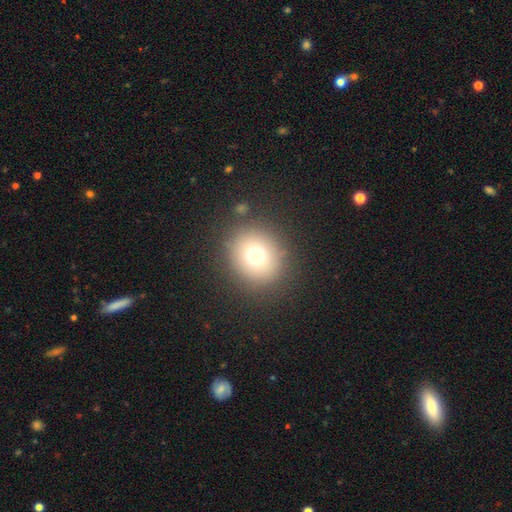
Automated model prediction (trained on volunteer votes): smooth-or-featured: smooth: 73% | star or artifact: 15% | featured or disk: 12%
  how-rounded: round: 83% | in between: 16% | cigar-shaped: 1%
  merging: none: 87% | minor disturbance: 7% | major disturbance: 4% | merger: 2%